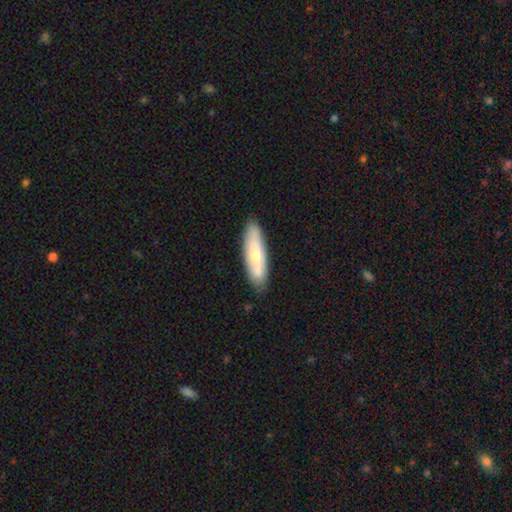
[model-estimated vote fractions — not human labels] smooth_or_featured: smooth (p=0.65) [alt: featured or disk p=0.29]
how_rounded: cigar-shaped (p=0.60) [alt: in between p=0.39]
merging: none (p=0.81) [alt: minor disturbance p=0.14]